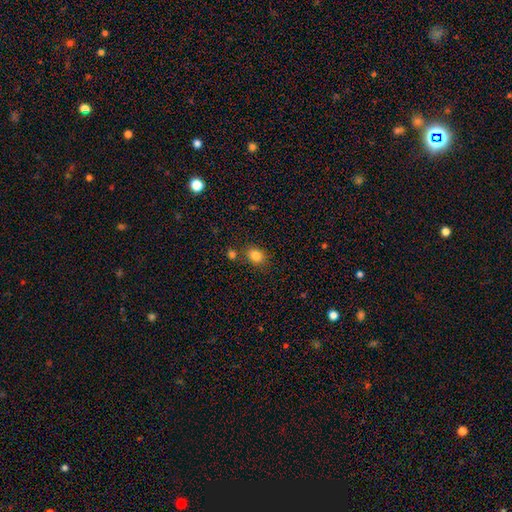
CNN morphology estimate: Q: Smooth or featured?
A: smooth (83%); runner-up: star or artifact (11%)
Q: How rounded?
A: round (52%); runner-up: in between (47%)
Q: Merging?
A: none (77%); runner-up: minor disturbance (11%)